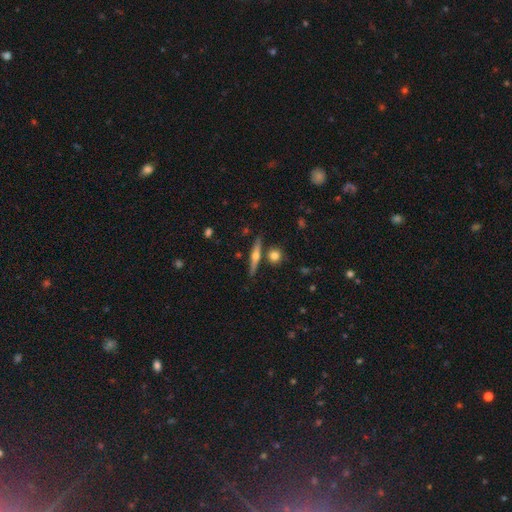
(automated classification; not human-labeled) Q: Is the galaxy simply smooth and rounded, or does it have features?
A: featured or disk — 65%.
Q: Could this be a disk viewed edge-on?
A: yes — 96%.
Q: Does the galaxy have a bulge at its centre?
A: rounded — 92%.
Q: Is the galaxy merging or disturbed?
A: none — 82%.